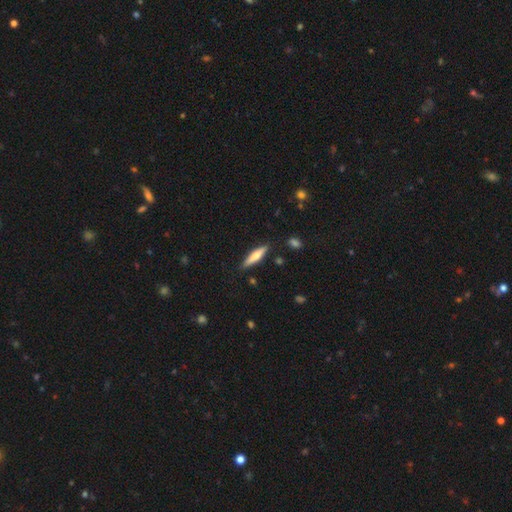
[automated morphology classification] smooth-or-featured: smooth: 55% | featured or disk: 40% | star or artifact: 6%
  how-rounded: cigar-shaped: 82% | in between: 17% | round: 2%
  merging: none: 86% | minor disturbance: 10% | merger: 2% | major disturbance: 2%